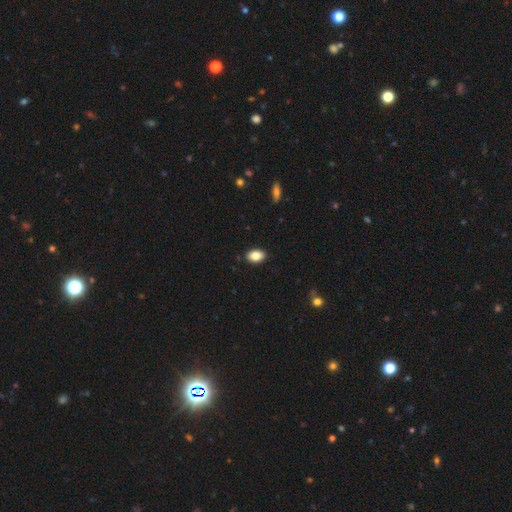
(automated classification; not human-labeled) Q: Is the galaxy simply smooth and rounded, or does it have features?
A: smooth — 85%.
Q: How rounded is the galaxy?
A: in between — 86%.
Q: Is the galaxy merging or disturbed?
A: none — 88%.